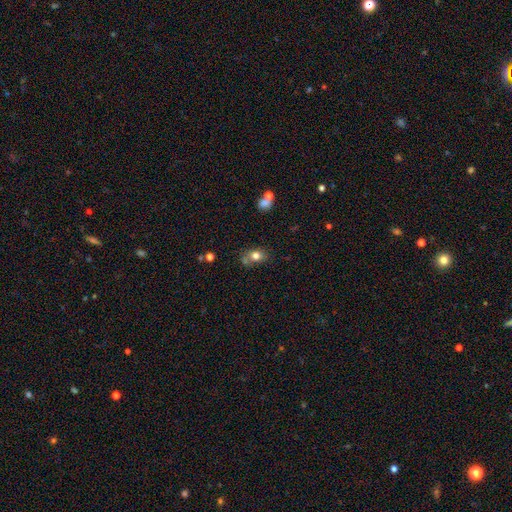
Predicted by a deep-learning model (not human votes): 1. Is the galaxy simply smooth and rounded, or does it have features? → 77% smooth, 12% star or artifact, 11% featured or disk.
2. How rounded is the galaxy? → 57% in between, 41% round, 1% cigar-shaped.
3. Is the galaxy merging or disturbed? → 55% none, 20% minor disturbance, 19% merger, 7% major disturbance.